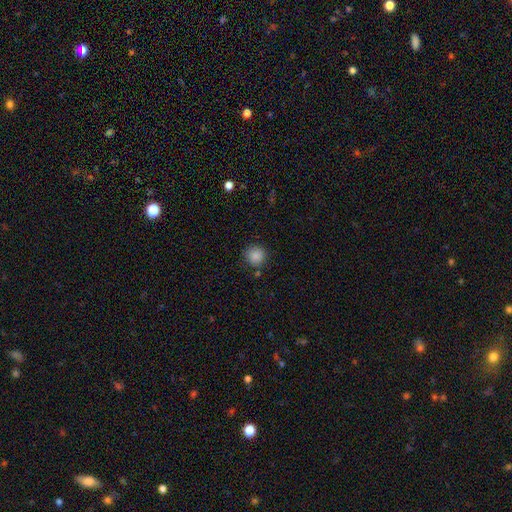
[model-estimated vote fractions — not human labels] The model was most divided on "merging": none: 82%, minor disturbance: 11%, merger: 4%, major disturbance: 3%. More confident: how rounded — round (91%); smooth or featured — smooth (87%).